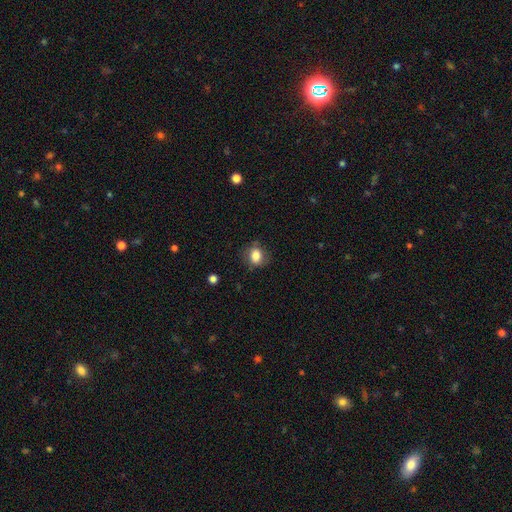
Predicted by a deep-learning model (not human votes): This is clearly a smooth galaxy (82%). How rounded: possibly round (51%). Merging: likely none (74%).